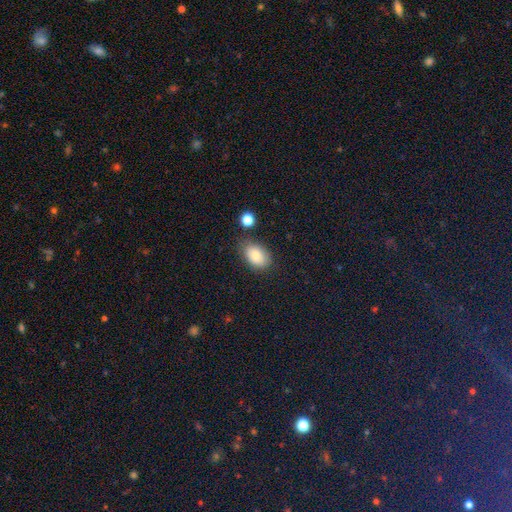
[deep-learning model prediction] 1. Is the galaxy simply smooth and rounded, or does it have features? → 81% smooth, 11% featured or disk, 8% star or artifact.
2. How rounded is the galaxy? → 88% in between, 10% round, 1% cigar-shaped.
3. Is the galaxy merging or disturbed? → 74% none, 17% minor disturbance, 5% merger, 4% major disturbance.